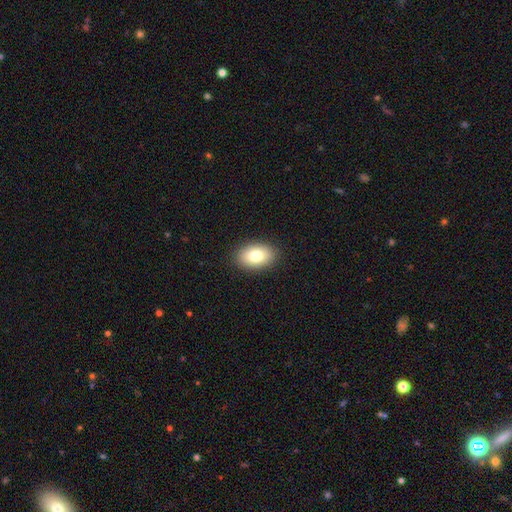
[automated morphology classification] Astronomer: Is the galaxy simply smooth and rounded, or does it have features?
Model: smooth — 79%.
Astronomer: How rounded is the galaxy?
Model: in between — 88%.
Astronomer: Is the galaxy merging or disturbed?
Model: none — 89%.